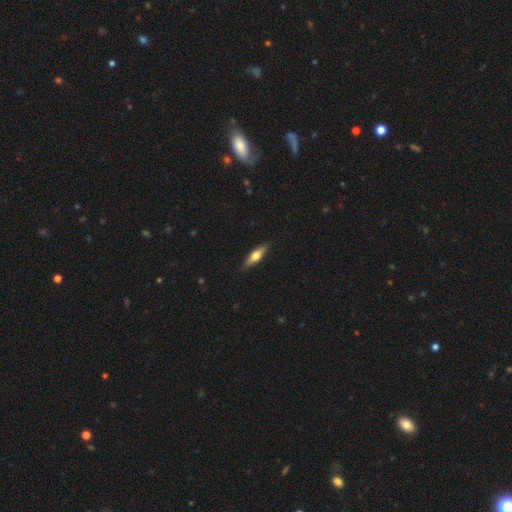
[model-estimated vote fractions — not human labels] Smooth or featured? Predicted: smooth (p=0.54). How rounded? Predicted: cigar-shaped (p=0.57). Merging? Predicted: none (p=0.88).